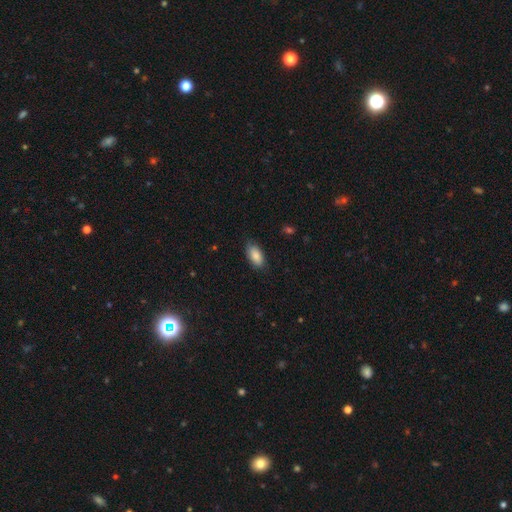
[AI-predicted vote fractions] Morphology: type=smooth (88%); roundness=in between (93%); merging=none (83%).